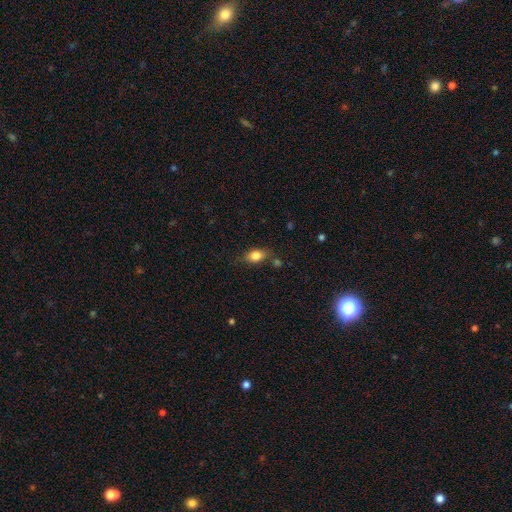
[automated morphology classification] The model was most divided on "merging": none: 72%, minor disturbance: 18%, merger: 6%, major disturbance: 4%. More confident: smooth or featured — smooth (79%); how rounded — in between (79%).